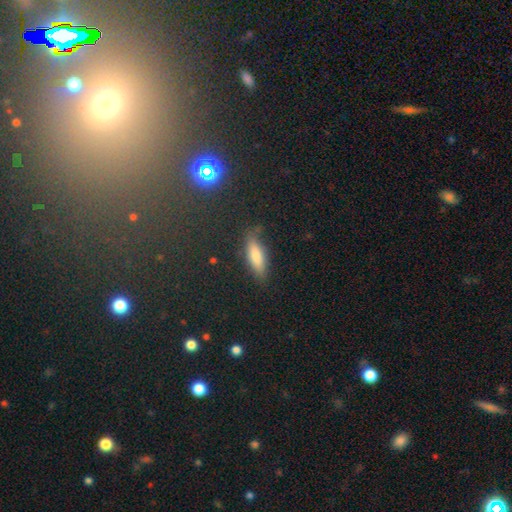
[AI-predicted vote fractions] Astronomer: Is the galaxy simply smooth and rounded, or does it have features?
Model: smooth — 67%.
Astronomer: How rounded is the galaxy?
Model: cigar-shaped — 58% (runner-up: in between, 38%).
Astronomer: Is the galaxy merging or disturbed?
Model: none — 81%.